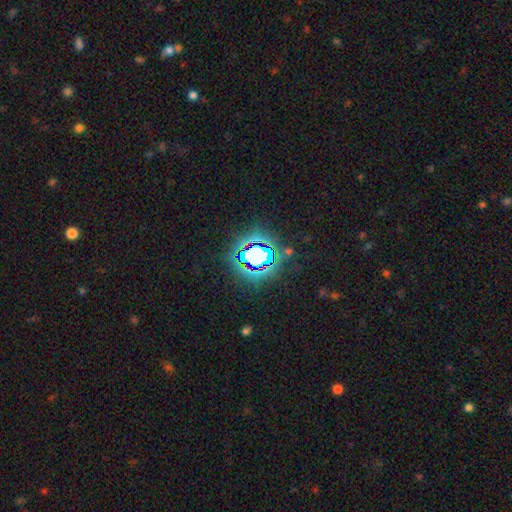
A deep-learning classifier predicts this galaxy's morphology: Smooth or featured? star or artifact (68%)